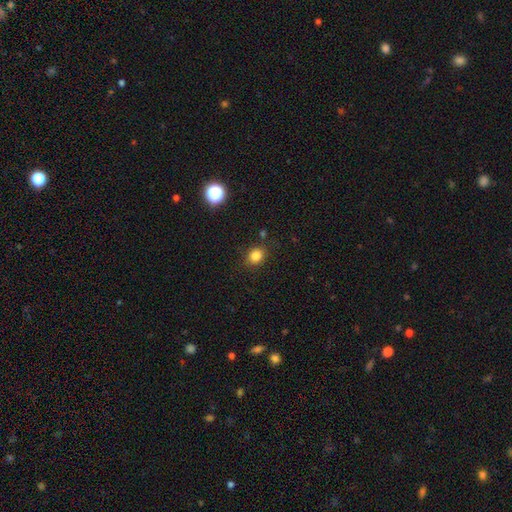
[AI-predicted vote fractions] The model was most divided on "how rounded": round: 58%, in between: 41%, cigar-shaped: 1%. More confident: merging — none (83%); smooth or featured — smooth (82%).